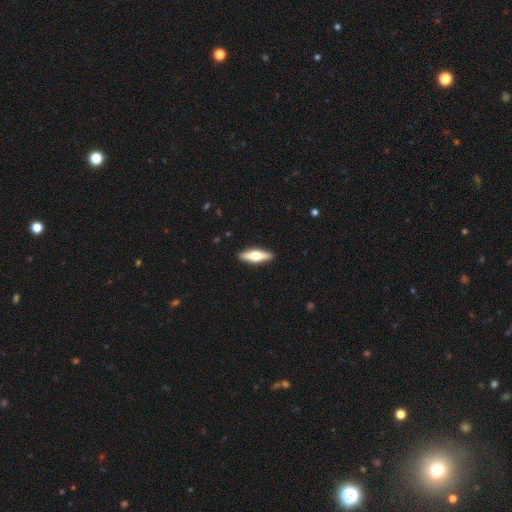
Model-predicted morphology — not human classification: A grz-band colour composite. It shows a featured or disk galaxy (53%) viewed edge-on (93%). Merging: none (91%).